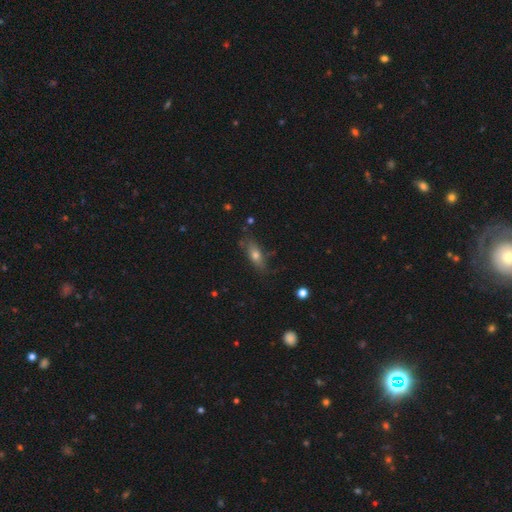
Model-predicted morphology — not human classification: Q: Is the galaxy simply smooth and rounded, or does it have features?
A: smooth — 64%.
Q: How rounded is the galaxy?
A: in between — 63%.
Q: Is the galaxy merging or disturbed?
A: none — 74%.